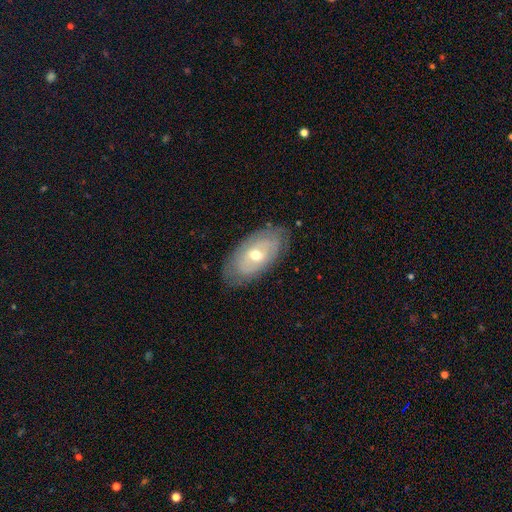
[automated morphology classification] smooth-or-featured: featured or disk: 60% | smooth: 32% | star or artifact: 8%
  disk-edge-on: no: 87% | yes: 13%
    bar: no: 73% | weak: 21% | strong: 6%
    has-spiral-arms: yes: 55% | no: 45%
    bulge-size: moderate: 64% | small: 31% | large: 3% | dominant: 1% | none: 1%
  merging: none: 82% | minor disturbance: 14% | major disturbance: 4% | merger: 1%